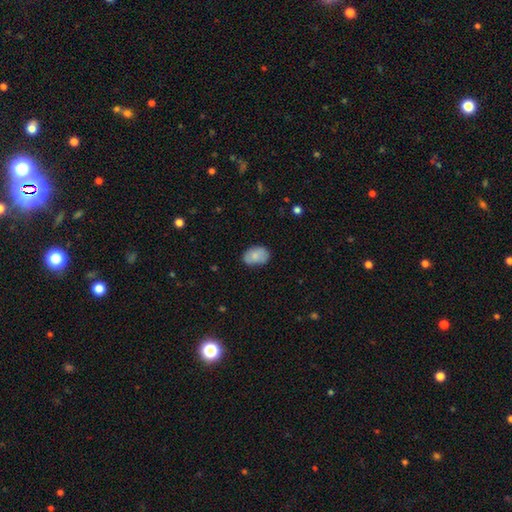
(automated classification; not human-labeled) Smooth or featured?
  - smooth: 82% *
  - featured or disk: 11%
  - star or artifact: 7%
How rounded?
  - in between: 86% *
  - round: 13%
  - cigar-shaped: 1%
Merging?
  - none: 76% *
  - minor disturbance: 19%
  - major disturbance: 3%
  - merger: 1%